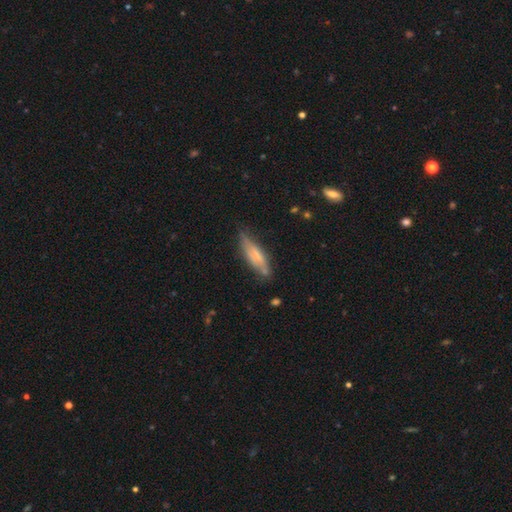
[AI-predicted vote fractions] This appears to be a smooth galaxy with no disk features (55%) that is cigar-shaped (65%). Merging: none (67%).